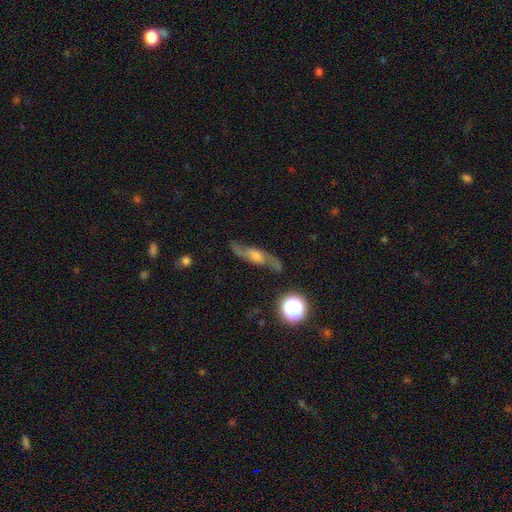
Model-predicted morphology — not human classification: The model was most divided on "edge-on disk": no: 67%, yes: 33%. More confident: merging — none (74%); smooth or featured — featured or disk (70%).